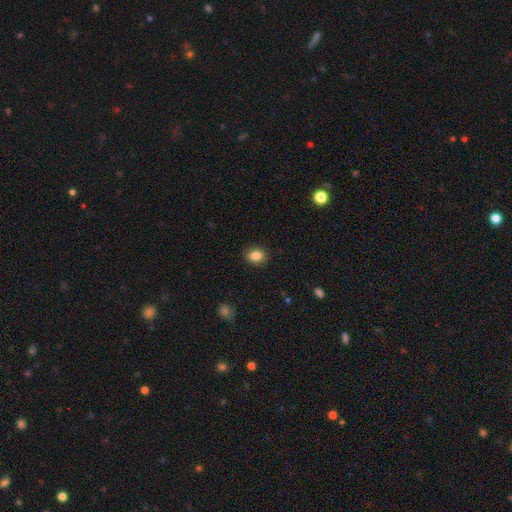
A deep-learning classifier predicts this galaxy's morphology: This is clearly a smooth galaxy (85%). How rounded: likely in between (64%). Merging: clearly none (88%).